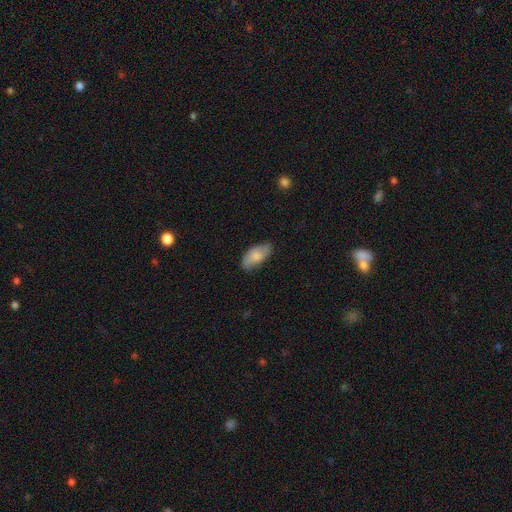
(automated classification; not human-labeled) smooth_or_featured: smooth (p=0.71) [alt: featured or disk p=0.23]
how_rounded: in between (p=0.92) [alt: cigar-shaped p=0.06]
merging: none (p=0.76) [alt: minor disturbance p=0.19]